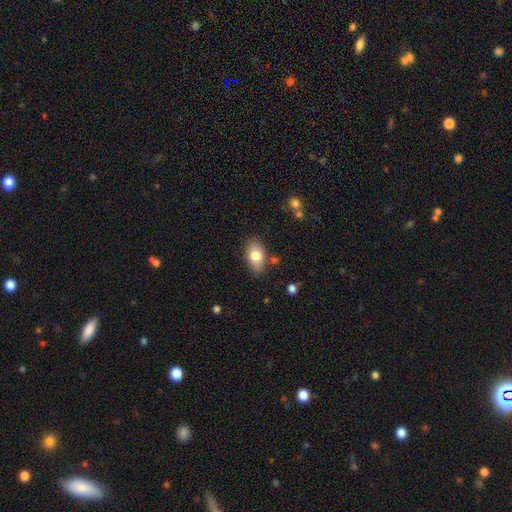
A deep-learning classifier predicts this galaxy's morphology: Smooth or featured: smooth — 79% (featured or disk — 14%)
How rounded: in between — 89% (round — 9%)
Merging: none — 78% (minor disturbance — 15%)